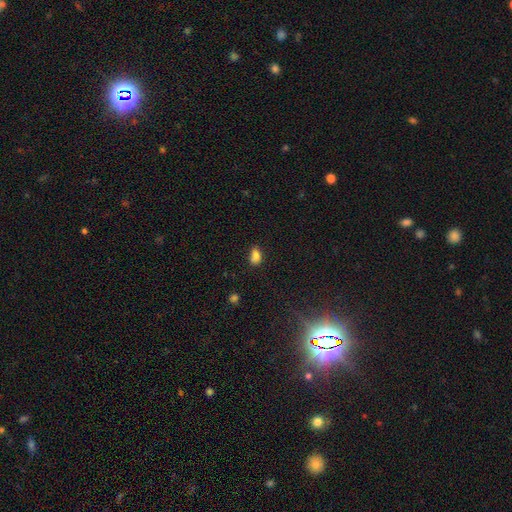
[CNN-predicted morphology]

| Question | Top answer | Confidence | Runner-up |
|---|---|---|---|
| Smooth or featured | smooth | 80% | star or artifact (12%) |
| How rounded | in between | 82% | round (15%) |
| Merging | none | 55% | minor disturbance (24%) |